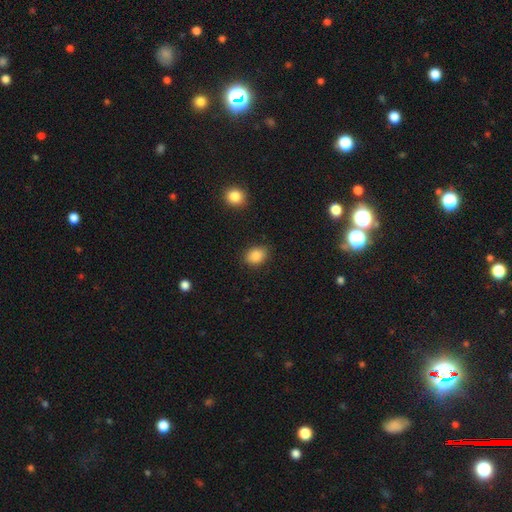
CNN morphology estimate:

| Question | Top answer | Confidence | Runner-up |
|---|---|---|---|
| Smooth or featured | smooth | 86% | star or artifact (9%) |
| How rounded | in between | 67% | round (32%) |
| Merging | none | 83% | minor disturbance (13%) |